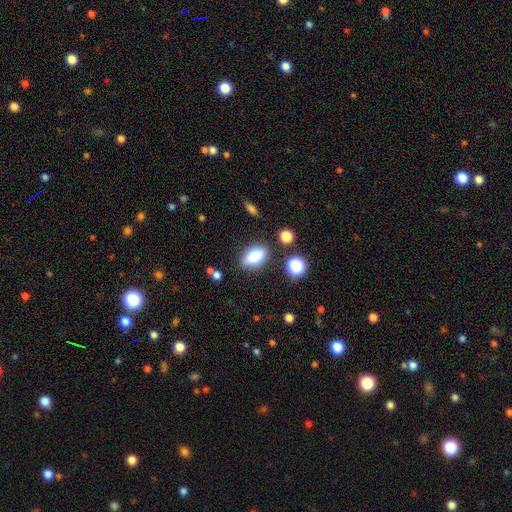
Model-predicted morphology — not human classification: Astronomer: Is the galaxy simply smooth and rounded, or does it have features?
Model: smooth — 76%.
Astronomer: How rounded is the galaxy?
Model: in between — 84%.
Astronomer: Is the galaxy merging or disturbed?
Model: none — 80%.